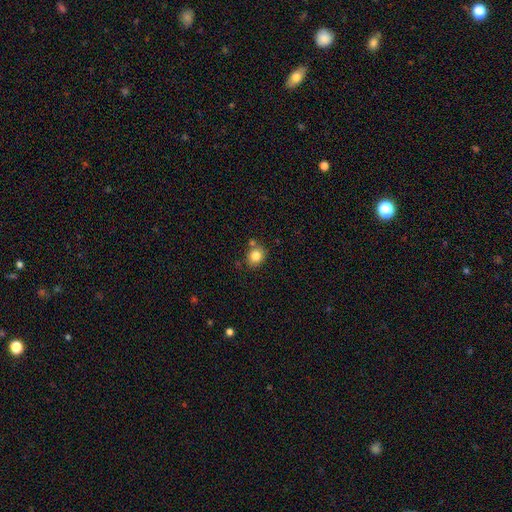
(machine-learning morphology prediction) A smooth galaxy with no disk features (84%) that is round (71%). Merging: none (72%).